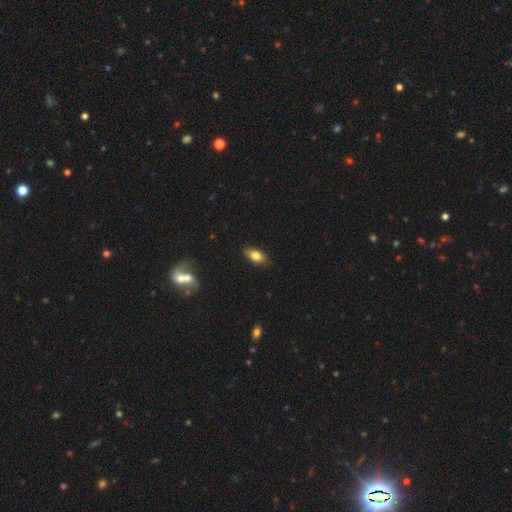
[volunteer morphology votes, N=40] A smooth galaxy with no disk features (82%) that is in between round and cigar-shaped (67%).

Vote fractions:
- Smooth or featured? smooth: 82% / featured or disk: 10% / star or artifact: 8%
- How rounded? in between: 67% / cigar-shaped: 24% / round: 9%
- Merging? none: 59% / minor disturbance: 27% / major disturbance: 8% / merger: 5%